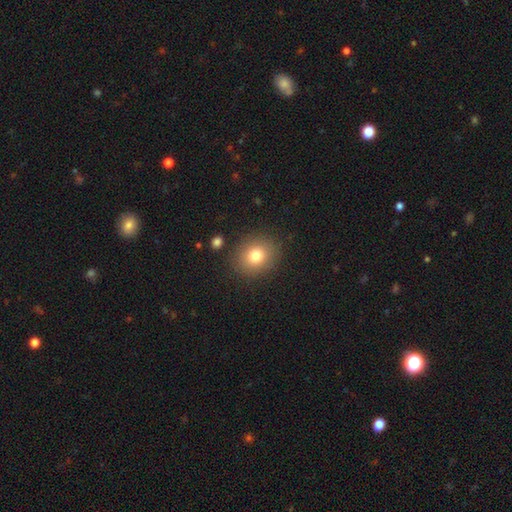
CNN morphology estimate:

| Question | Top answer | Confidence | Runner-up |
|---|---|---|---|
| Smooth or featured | smooth | 78% | star or artifact (11%) |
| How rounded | round | 70% | in between (29%) |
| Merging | none | 86% | minor disturbance (9%) |